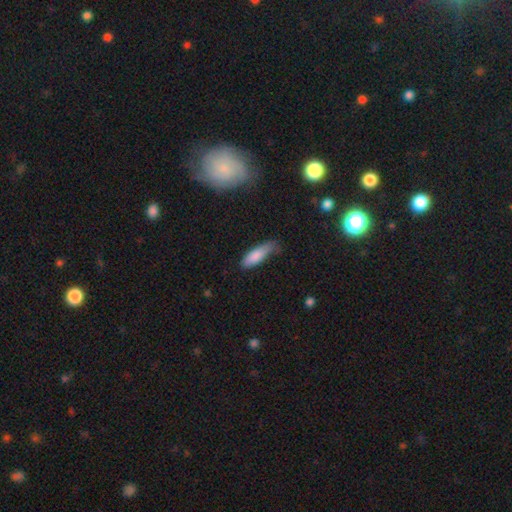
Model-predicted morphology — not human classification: Overall: smooth (84%). How rounded: in between (55%; cigar-shaped 43%). Merging: none (52%; minor disturbance 37%).